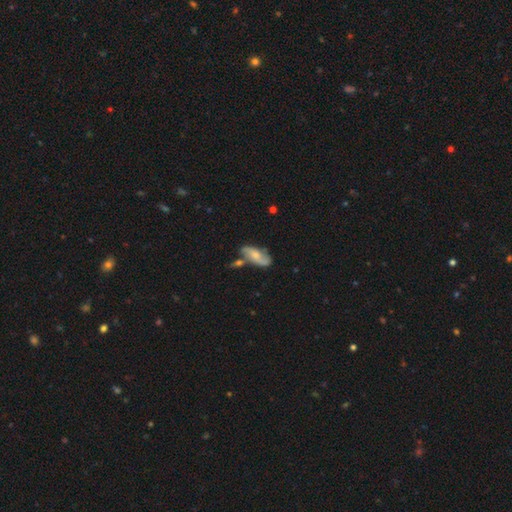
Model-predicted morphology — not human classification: smooth_or_featured: featured or disk (p=0.61) [alt: smooth p=0.33]
disk_edge_on: no (p=0.90) [alt: yes p=0.10]
bar: no (p=0.61) [alt: weak p=0.31]
has_spiral_arms: yes (p=0.89) [alt: no p=0.11]
bulge_size: small (p=0.46) [alt: moderate p=0.43]
merging: none (p=0.59) [alt: minor disturbance p=0.20]